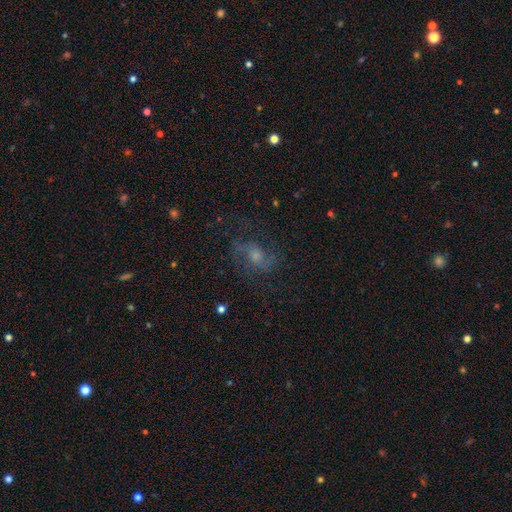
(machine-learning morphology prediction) Q: Smooth or featured?
A: featured or disk (64%); runner-up: star or artifact (18%)
Q: Edge-on disk?
A: no (96%); runner-up: yes (4%)
Q: Bar?
A: no (58%); runner-up: weak (35%)
Q: Spiral arms?
A: yes (90%); runner-up: no (10%)
Q: Spiral winding?
A: medium (48%); runner-up: loose (37%)
Q: Spiral arm count?
A: 2 (79%); runner-up: can't tell (11%)
Q: Bulge size?
A: moderate (48%); runner-up: small (30%)
Q: Merging?
A: none (71%); runner-up: minor disturbance (16%)